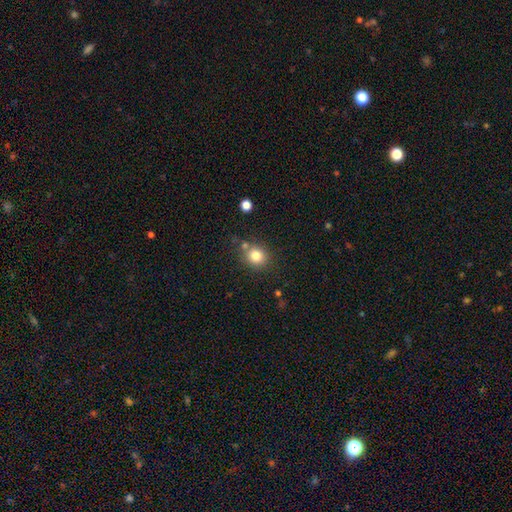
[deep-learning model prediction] Smooth or featured: smooth — 81% (star or artifact — 12%)
How rounded: round — 83% (in between — 16%)
Merging: none — 74% (minor disturbance — 12%)